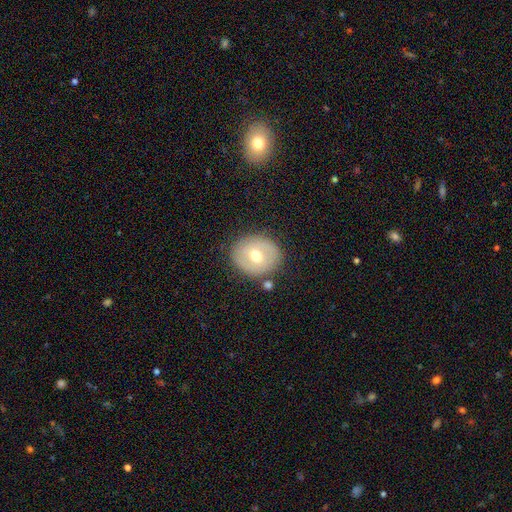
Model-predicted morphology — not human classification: The model was most divided on "smooth or featured": smooth: 56%, featured or disk: 35%, star or artifact: 9%. More confident: merging — none (80%); how rounded — round (70%).